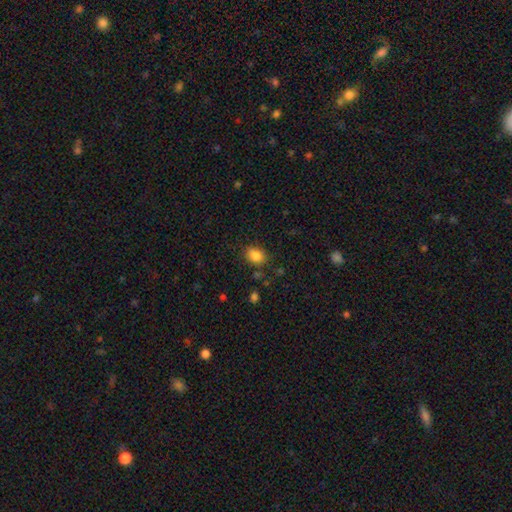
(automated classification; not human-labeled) Smooth or featured?
  - smooth: 85% *
  - star or artifact: 10%
  - featured or disk: 5%
How rounded?
  - in between: 63% *
  - round: 36%
  - cigar-shaped: 1%
Merging?
  - none: 81% *
  - minor disturbance: 13%
  - major disturbance: 4%
  - merger: 2%